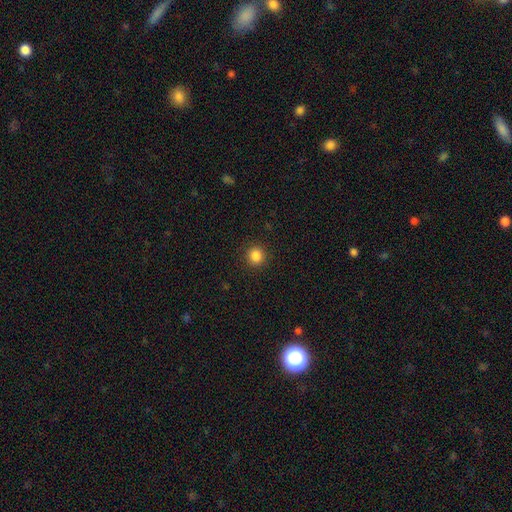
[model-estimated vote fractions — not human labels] Smooth or featured? Predicted: smooth (p=0.86). How rounded? Predicted: round (p=0.91). Merging? Predicted: none (p=0.92).